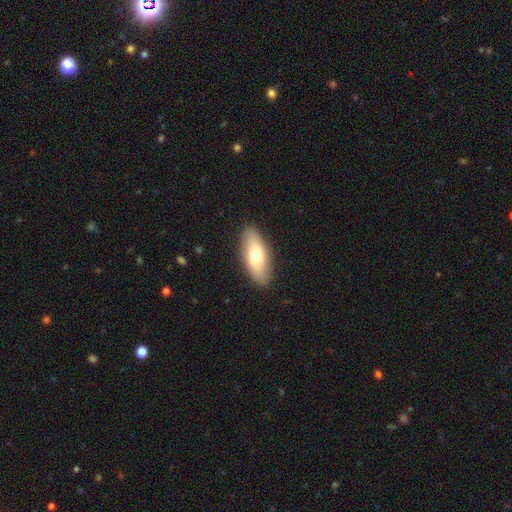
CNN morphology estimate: type=smooth (64%); roundness=in between (81%); merging=none (89%).